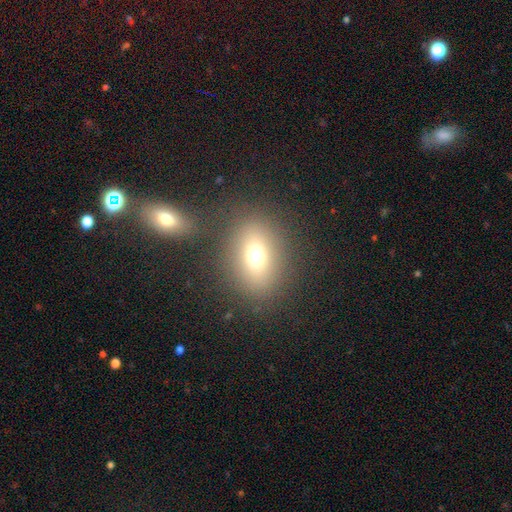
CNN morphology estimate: Smooth or featured? Predicted: smooth (p=0.70). How rounded? Predicted: in between (p=0.55). Merging? Predicted: none (p=0.75).